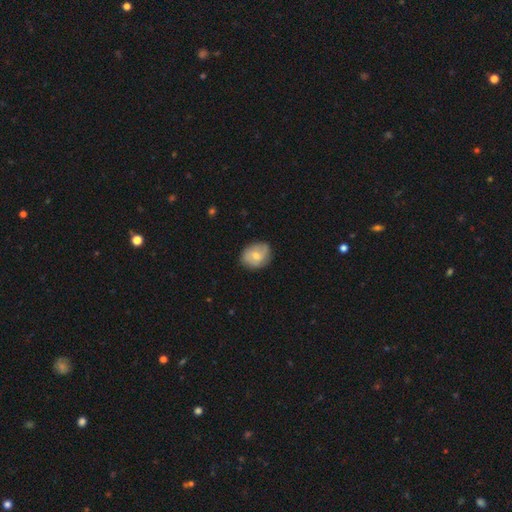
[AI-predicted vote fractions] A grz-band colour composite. It shows a smooth galaxy with no disk features (58%) that is in between round and cigar-shaped (51%). Merging: none (76%).